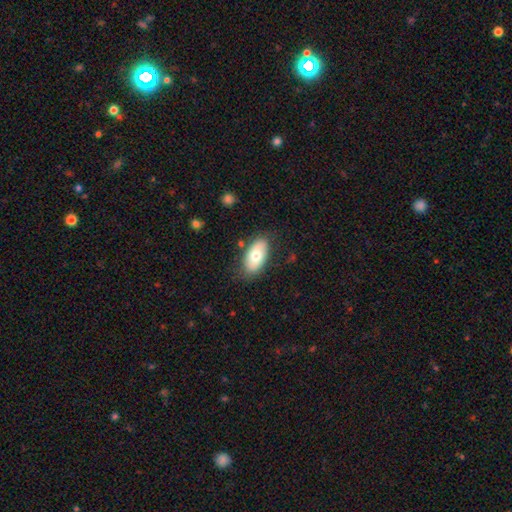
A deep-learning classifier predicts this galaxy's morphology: A smooth galaxy with no disk features (69%) that is in between round and cigar-shaped (94%).

Vote fractions:
- Smooth or featured? smooth: 69% / featured or disk: 25% / star or artifact: 6%
- How rounded? in between: 94% / round: 3% / cigar-shaped: 3%
- Merging? none: 80% / minor disturbance: 15% / major disturbance: 4% / merger: 2%